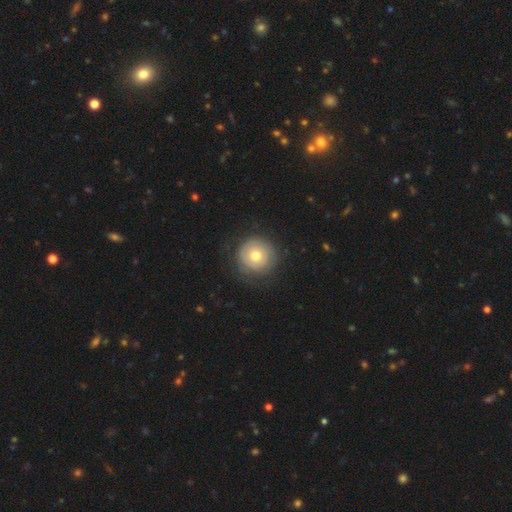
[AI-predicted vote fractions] Smooth or featured? Predicted: smooth (p=0.58). How rounded? Predicted: round (p=0.95). Merging? Predicted: none (p=0.77).